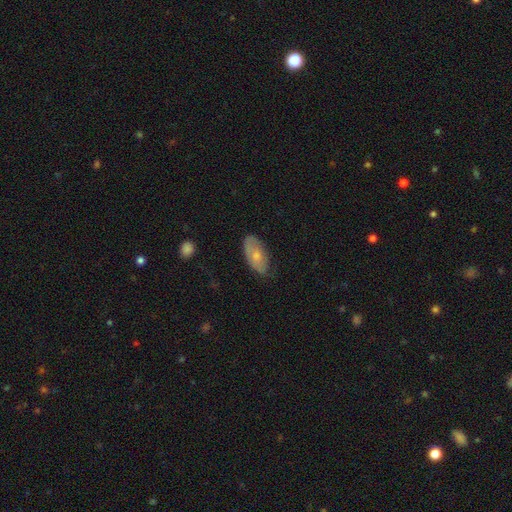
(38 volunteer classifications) Smooth or featured: smooth — 71% (featured or disk — 24%)
How rounded: in between — 81% (round — 11%)
Merging: none — 64% (minor disturbance — 28%)